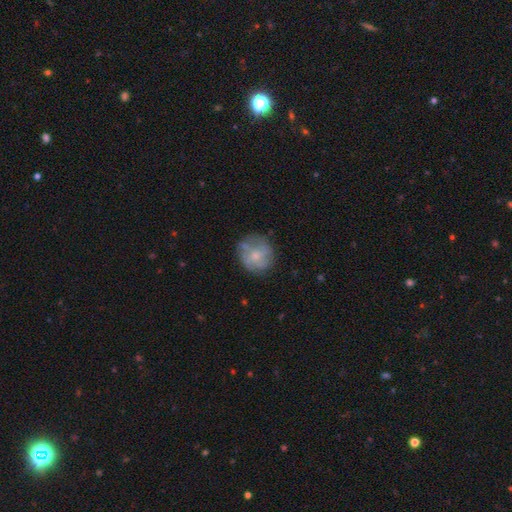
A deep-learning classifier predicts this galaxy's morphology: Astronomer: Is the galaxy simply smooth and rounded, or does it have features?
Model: smooth — 51% (runner-up: featured or disk, 41%).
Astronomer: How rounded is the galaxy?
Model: round — 82%.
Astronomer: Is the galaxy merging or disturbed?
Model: none — 66%.